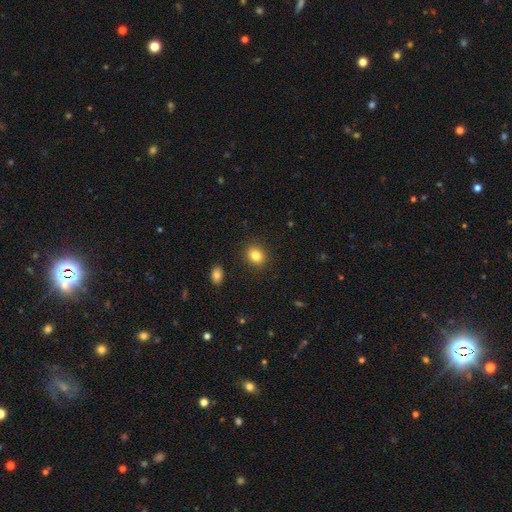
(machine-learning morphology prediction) This is clearly a smooth galaxy (84%). How rounded: possibly round (58%). Merging: clearly none (89%).